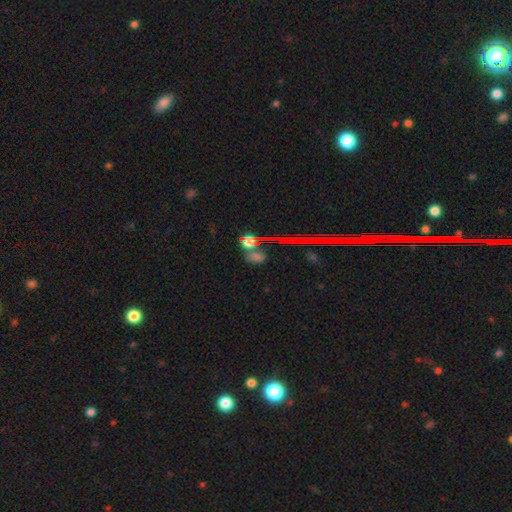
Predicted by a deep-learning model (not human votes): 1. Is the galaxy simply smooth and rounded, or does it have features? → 52% star or artifact, 33% smooth, 15% featured or disk.